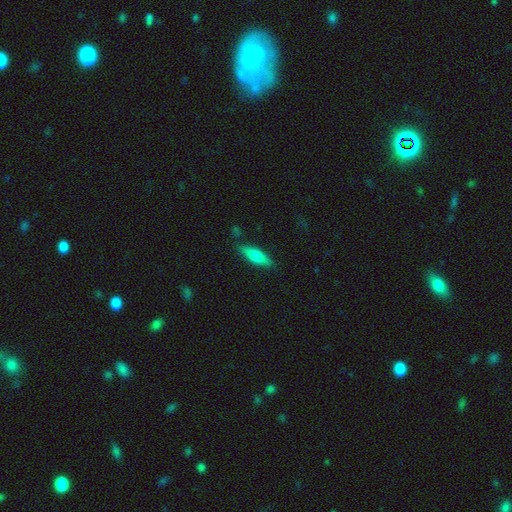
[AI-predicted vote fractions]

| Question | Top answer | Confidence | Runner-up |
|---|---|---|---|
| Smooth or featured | smooth | 72% | featured or disk (22%) |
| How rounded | cigar-shaped | 50% | in between (47%) |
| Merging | none | 81% | minor disturbance (14%) |